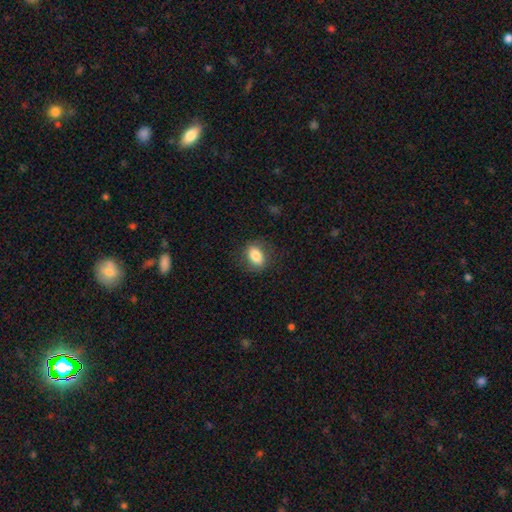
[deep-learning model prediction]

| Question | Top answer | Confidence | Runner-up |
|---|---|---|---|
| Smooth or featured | smooth | 82% | featured or disk (10%) |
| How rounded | in between | 77% | round (21%) |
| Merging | none | 82% | minor disturbance (13%) |